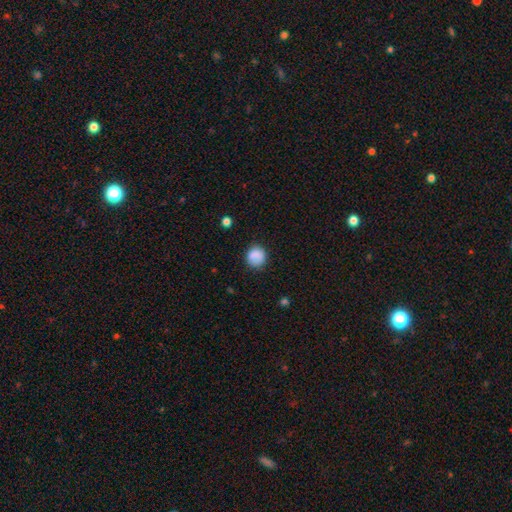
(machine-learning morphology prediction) smooth 85%, star or artifact 8%, featured or disk 6%. Down the decision tree: how rounded — round (87%); merging — none (81%).